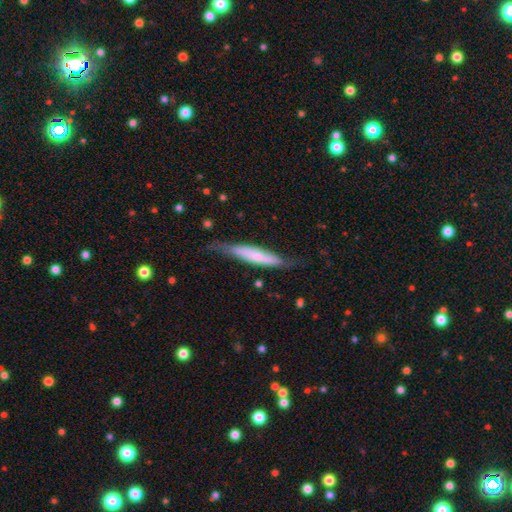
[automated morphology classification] smooth_or_featured: smooth (p=0.50) [alt: featured or disk p=0.44]
merging: none (p=0.63) [alt: minor disturbance p=0.26]